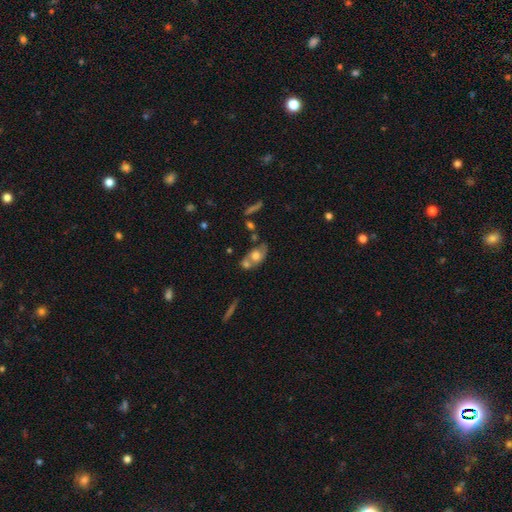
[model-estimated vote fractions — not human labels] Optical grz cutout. It shows a smooth galaxy with no disk features (47%). Merging: merger (40%).